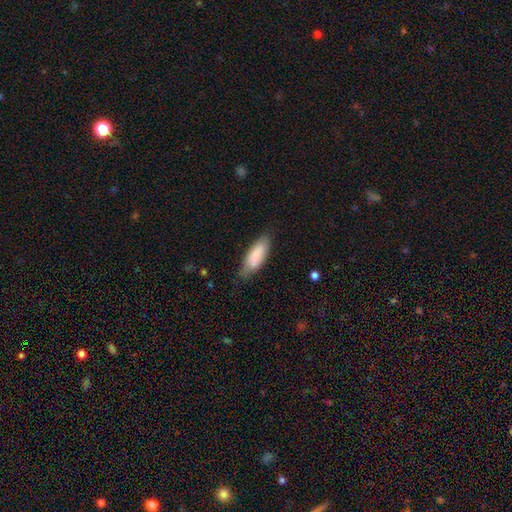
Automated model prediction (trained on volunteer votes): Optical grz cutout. It shows a smooth galaxy with no disk features (85%) that is in between round and cigar-shaped (69%). Merging: none (71%).